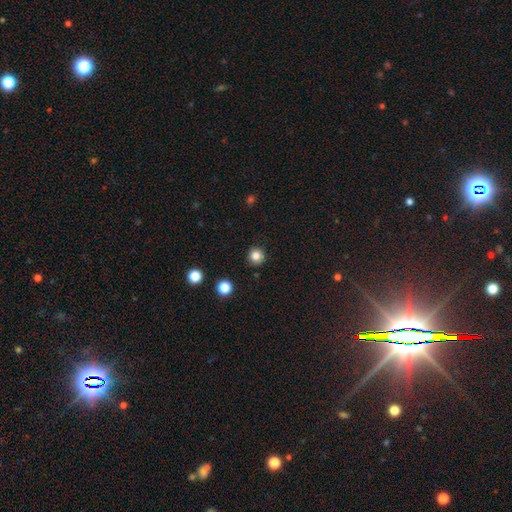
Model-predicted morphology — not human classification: The model was most divided on "smooth or featured": smooth: 83%, star or artifact: 12%, featured or disk: 5%. More confident: how rounded — round (95%); merging — none (92%).